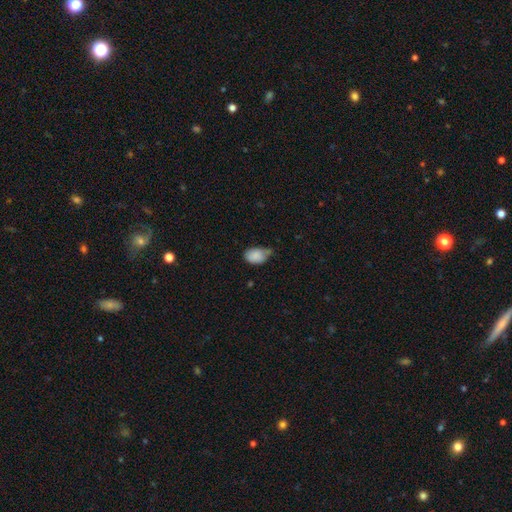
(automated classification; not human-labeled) smooth-or-featured: smooth: 84% | star or artifact: 8% | featured or disk: 8%
  how-rounded: in between: 80% | round: 19% | cigar-shaped: 1%
  merging: minor disturbance: 50% | none: 32% | major disturbance: 13% | merger: 5%